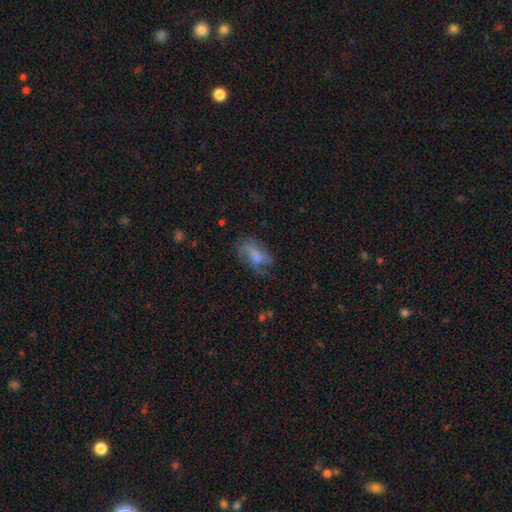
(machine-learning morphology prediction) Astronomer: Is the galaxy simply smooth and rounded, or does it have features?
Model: smooth — 50% (runner-up: featured or disk, 39%).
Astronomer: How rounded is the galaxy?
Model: in between — 86%.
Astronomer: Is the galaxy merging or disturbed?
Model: none — 49% (runner-up: minor disturbance, 26%).